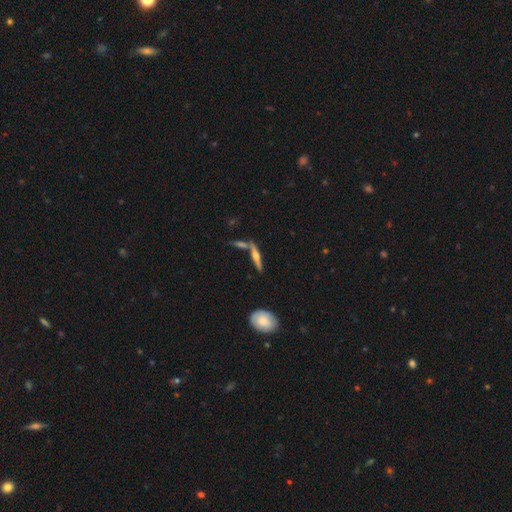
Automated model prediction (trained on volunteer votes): Morphology: type=featured or disk (69%); edge-on=yes (96%); edge-on bulge=rounded (90%); merging=none (71%).